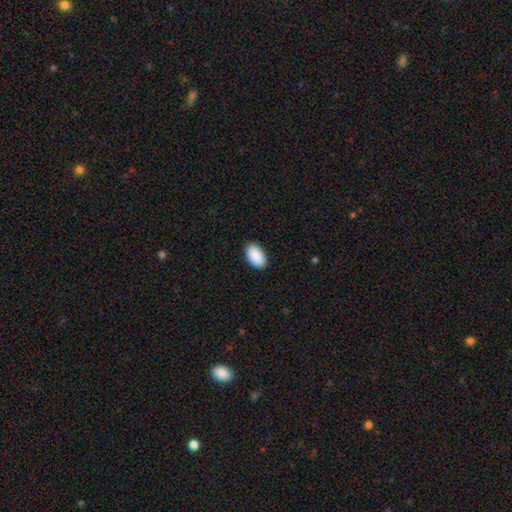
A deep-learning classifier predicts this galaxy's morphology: Smooth or featured?
  - smooth: 91% *
  - star or artifact: 6%
  - featured or disk: 3%
How rounded?
  - in between: 96% *
  - round: 3%
  - cigar-shaped: 1%
Merging?
  - none: 88% *
  - minor disturbance: 9%
  - major disturbance: 2%
  - merger: 1%